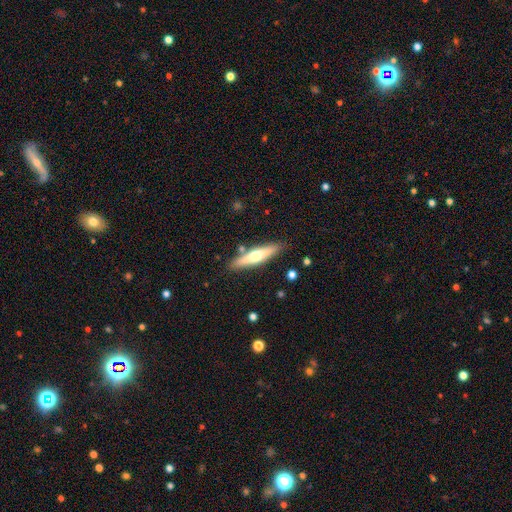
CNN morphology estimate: featured or disk 49%, smooth 45%, star or artifact 6%. Down the decision tree: merging — none (85%).